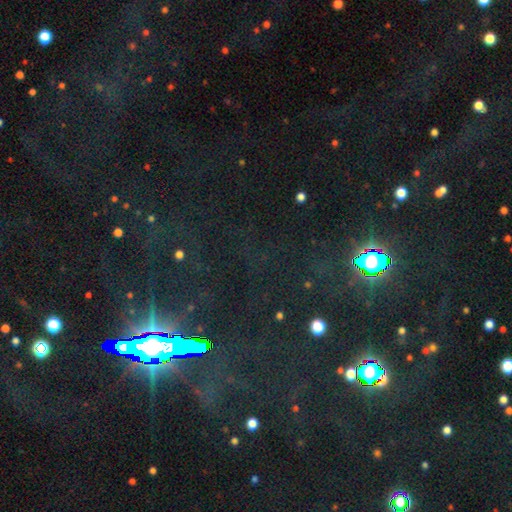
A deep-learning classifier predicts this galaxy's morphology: Smooth or featured? Predicted: star or artifact (p=0.80).